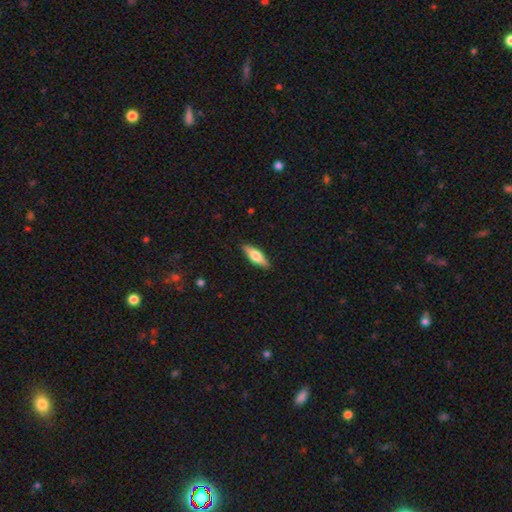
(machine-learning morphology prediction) Overall: smooth (62%; featured or disk 32%). How rounded: in between (49%, tied with cigar-shaped). Merging: none (89%).